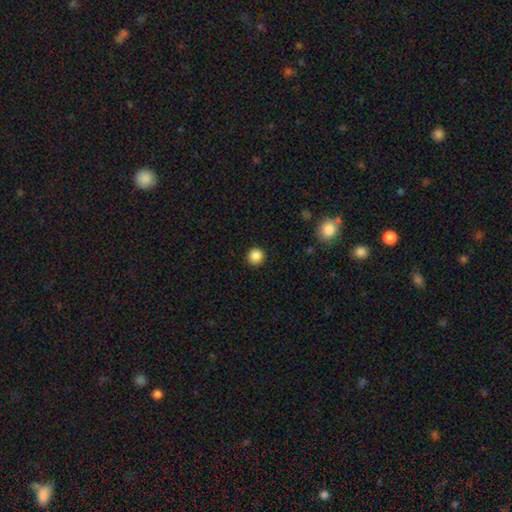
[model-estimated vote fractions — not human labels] smooth-or-featured: smooth: 87% | star or artifact: 10% | featured or disk: 3%
  how-rounded: round: 94% | in between: 5% | cigar-shaped: 1%
  merging: none: 91% | minor disturbance: 6% | major disturbance: 2% | merger: 1%